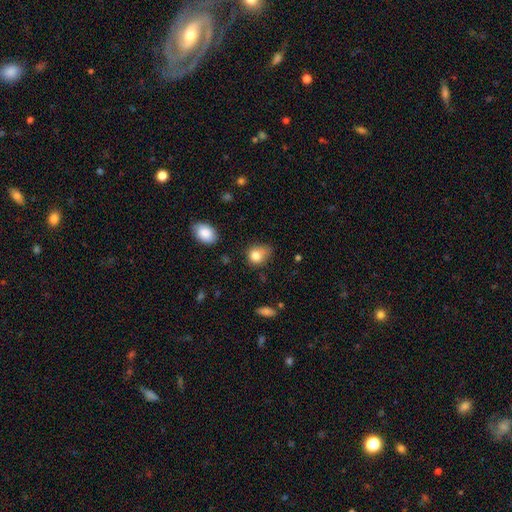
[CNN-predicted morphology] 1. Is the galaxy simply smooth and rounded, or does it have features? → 80% smooth, 10% star or artifact, 9% featured or disk.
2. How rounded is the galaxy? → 56% round, 43% in between, 1% cigar-shaped.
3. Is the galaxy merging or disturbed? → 45% none, 39% minor disturbance, 12% major disturbance, 4% merger.